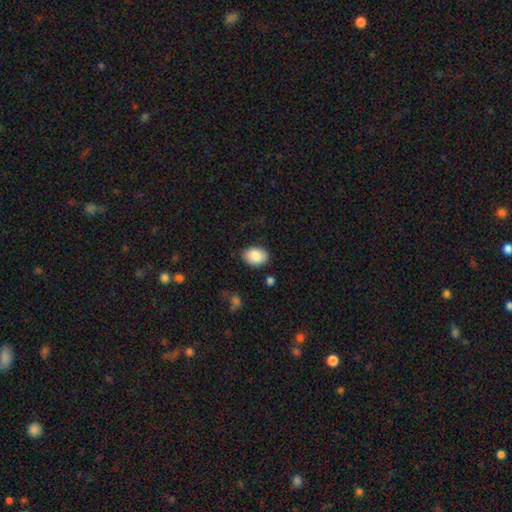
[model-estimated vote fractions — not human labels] Smooth or featured? smooth (86%)
How rounded? in between (76%)
Merging? none (83%)